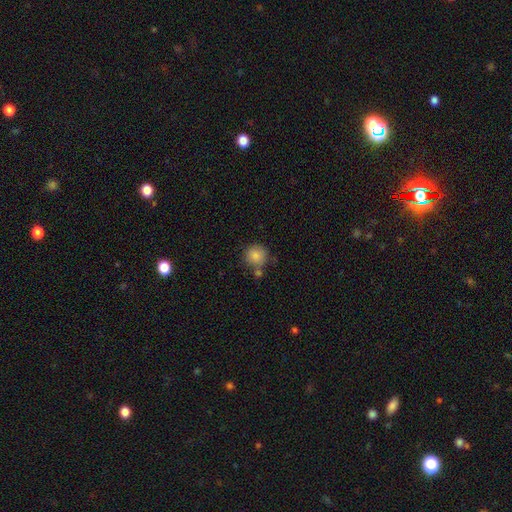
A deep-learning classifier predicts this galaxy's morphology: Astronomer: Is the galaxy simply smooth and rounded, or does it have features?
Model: smooth — 85%.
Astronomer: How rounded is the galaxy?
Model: round — 91%.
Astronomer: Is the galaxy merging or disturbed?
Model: none — 69%.